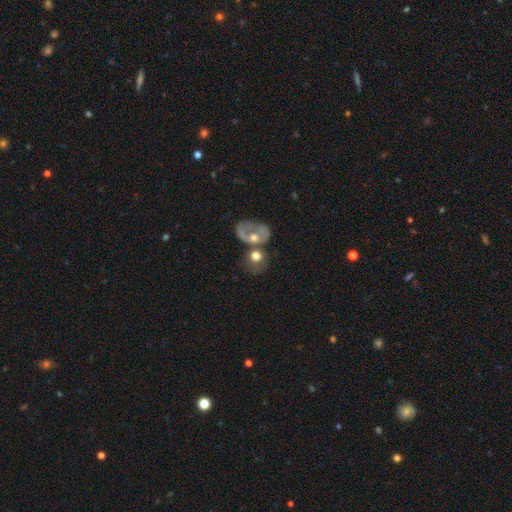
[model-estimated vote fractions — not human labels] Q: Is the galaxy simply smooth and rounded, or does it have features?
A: smooth — 57%.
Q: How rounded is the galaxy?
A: round — 52%.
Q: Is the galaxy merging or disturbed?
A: merger — 53%.